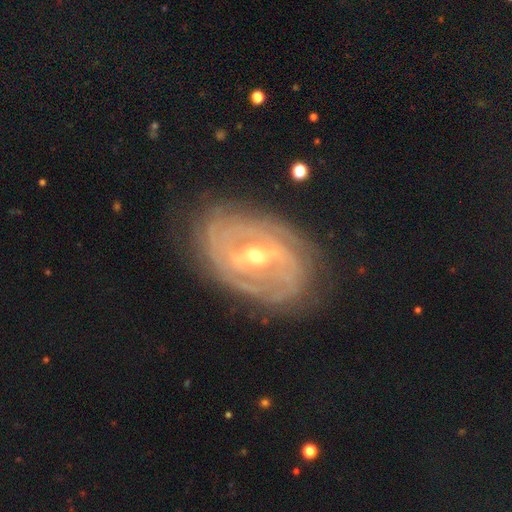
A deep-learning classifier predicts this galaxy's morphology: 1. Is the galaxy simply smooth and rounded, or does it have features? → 88% featured or disk, 7% smooth, 5% star or artifact.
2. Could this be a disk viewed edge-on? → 94% no, 6% yes.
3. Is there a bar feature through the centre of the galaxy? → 47% strong, 39% weak, 14% no.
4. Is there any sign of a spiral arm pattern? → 93% yes, 7% no.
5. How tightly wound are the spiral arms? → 74% tight, 20% medium, 6% loose.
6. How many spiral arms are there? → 35% can't tell, 25% 2, 16% 3, 11% 4, 7% more than 4, 6% 1.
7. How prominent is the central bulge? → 58% moderate, 38% small, 3% large, 1% none, 1% dominant.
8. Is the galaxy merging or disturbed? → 77% none, 16% minor disturbance, 6% major disturbance, 1% merger.